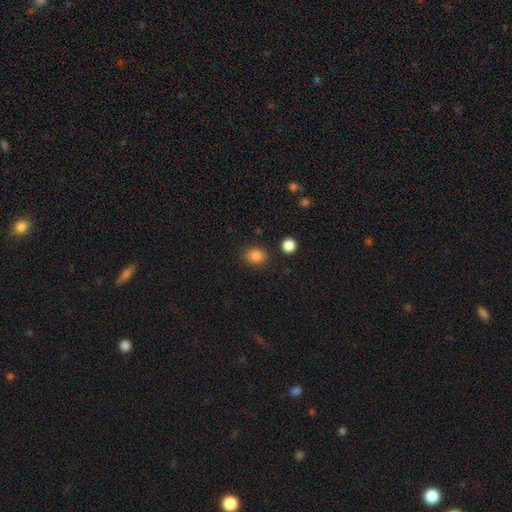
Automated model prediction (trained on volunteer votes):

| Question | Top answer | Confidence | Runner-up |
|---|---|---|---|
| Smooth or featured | smooth | 85% | star or artifact (11%) |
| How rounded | round | 67% | in between (32%) |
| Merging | none | 85% | minor disturbance (9%) |